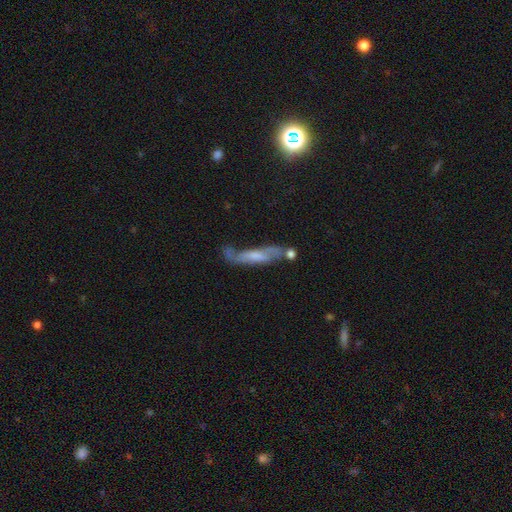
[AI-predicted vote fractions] This is likely a featured or disk galaxy (62%). It is possibly not viewed edge-on (55%). Merging: possibly none (51%).